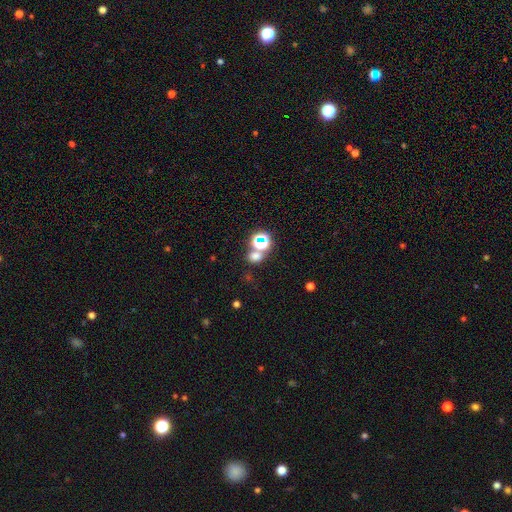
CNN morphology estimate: smooth-or-featured: smooth: 57% | star or artifact: 35% | featured or disk: 8%
  how-rounded: round: 61% | in between: 37% | cigar-shaped: 1%
  merging: none: 57% | merger: 29% | minor disturbance: 9% | major disturbance: 5%